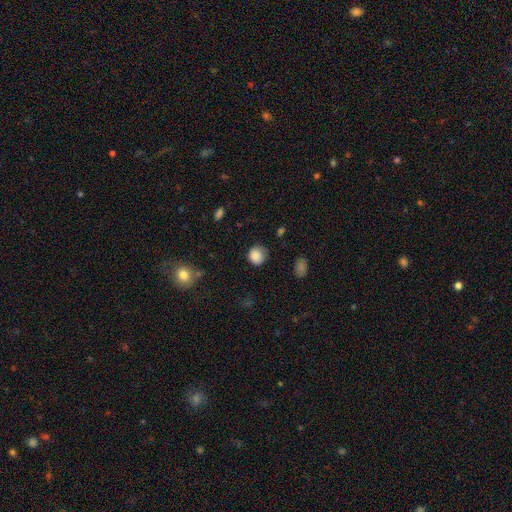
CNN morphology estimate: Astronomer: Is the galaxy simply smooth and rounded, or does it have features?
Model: smooth — 86%.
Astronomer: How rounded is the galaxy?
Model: round — 86%.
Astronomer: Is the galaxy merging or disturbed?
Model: none — 77%.